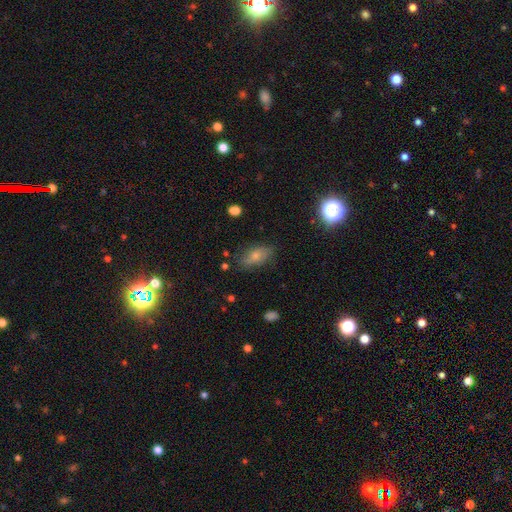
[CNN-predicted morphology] Smooth or featured? Predicted: smooth (p=0.55). How rounded? Predicted: in between (p=0.81). Merging? Predicted: none (p=0.78).